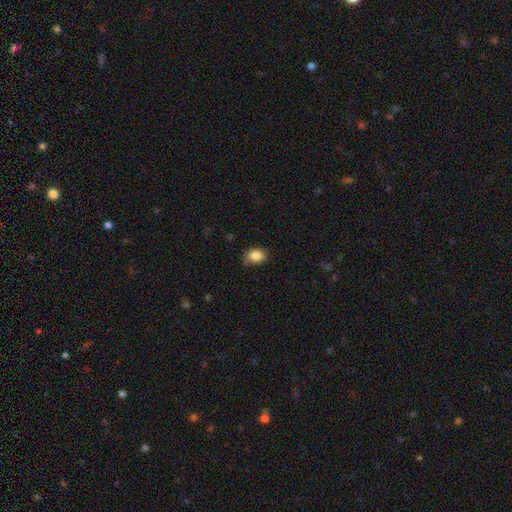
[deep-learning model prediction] smooth-or-featured: smooth: 86% | star or artifact: 8% | featured or disk: 5%
  how-rounded: in between: 74% | round: 25% | cigar-shaped: 1%
  merging: none: 74% | minor disturbance: 21% | major disturbance: 3% | merger: 1%